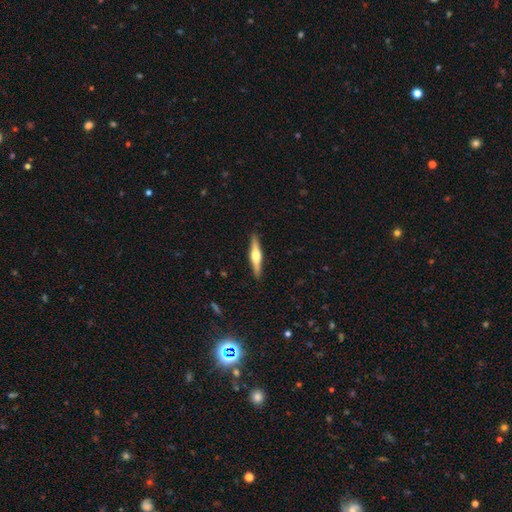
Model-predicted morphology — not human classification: Smooth or featured?
  - featured or disk: 63% *
  - smooth: 32%
  - star or artifact: 5%
Edge-on disk?
  - yes: 97% *
  - no: 3%
Edge-on bulge?
  - rounded: 91% *
  - boxy: 6%
  - none: 3%
Merging?
  - none: 91% *
  - minor disturbance: 7%
  - major disturbance: 1%
  - merger: 1%